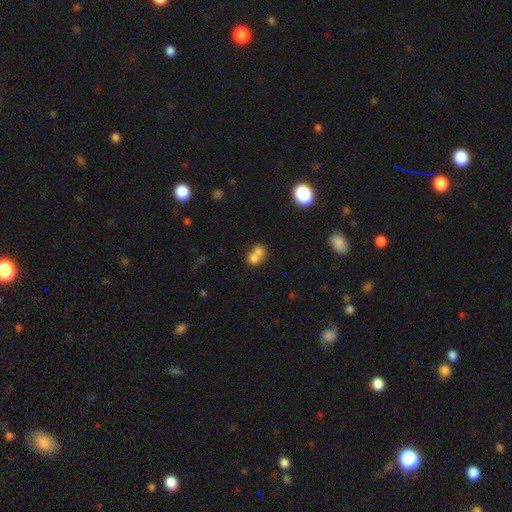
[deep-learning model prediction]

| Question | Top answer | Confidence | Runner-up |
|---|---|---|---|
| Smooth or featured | smooth | 70% | featured or disk (18%) |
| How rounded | round | 61% | in between (38%) |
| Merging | merger | 68% | none (23%) |